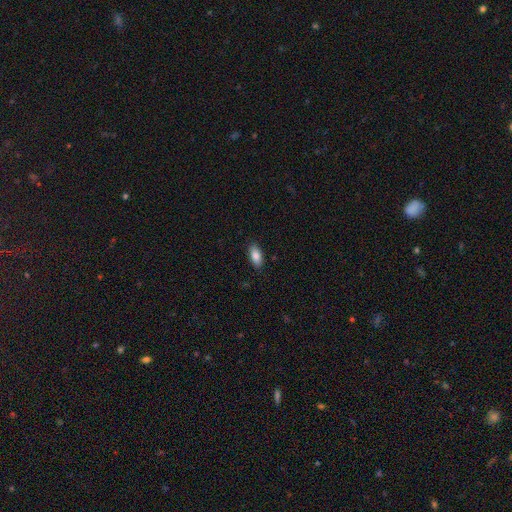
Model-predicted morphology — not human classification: type=smooth (86%); roundness=in between (89%); merging=none (88%).